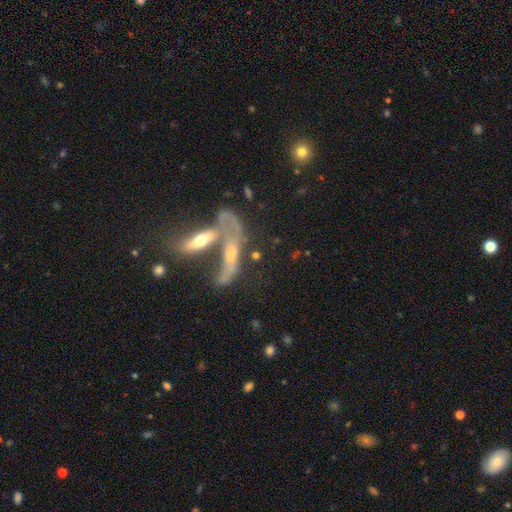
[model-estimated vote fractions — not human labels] Smooth or featured?
  - featured or disk: 59% *
  - smooth: 30%
  - star or artifact: 11%
Edge-on disk?
  - yes: 50% * (tied)
  - no: 50% * (tied)
Merging?
  - merger: 57% *
  - none: 19%
  - major disturbance: 15%
  - minor disturbance: 10%